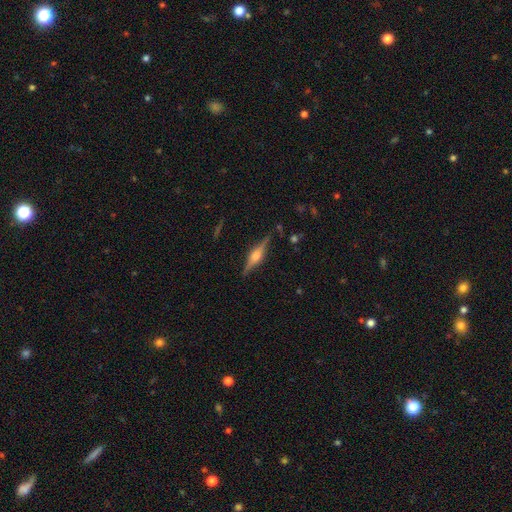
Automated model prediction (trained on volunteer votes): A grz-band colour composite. It shows a featured or disk galaxy (77%) viewed edge-on (97%) with a rounded central bulge (86%). Merging: none (87%).